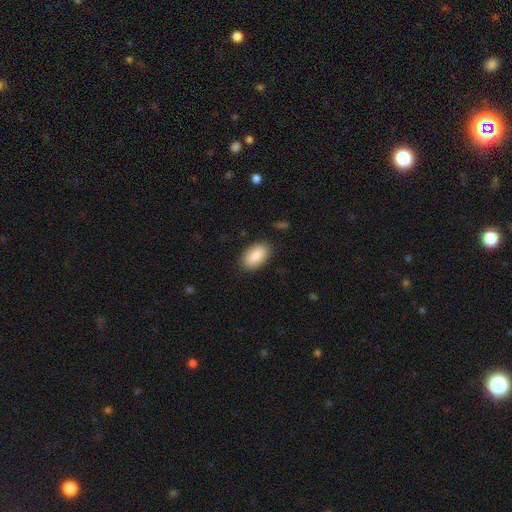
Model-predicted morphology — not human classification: Smooth or featured?
  - smooth: 86% *
  - featured or disk: 8%
  - star or artifact: 6%
How rounded?
  - in between: 94% *
  - round: 4%
  - cigar-shaped: 2%
Merging?
  - none: 87% *
  - minor disturbance: 10%
  - major disturbance: 2%
  - merger: 1%